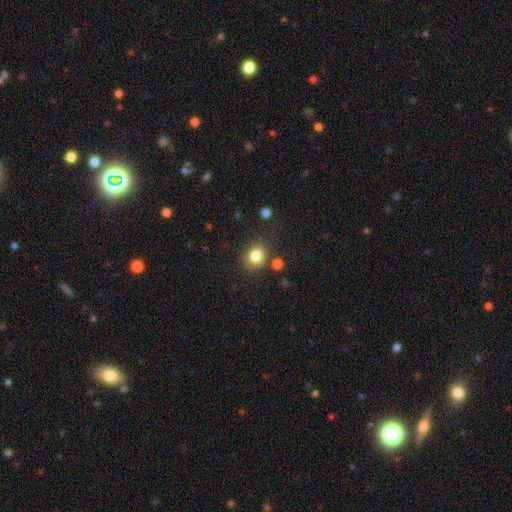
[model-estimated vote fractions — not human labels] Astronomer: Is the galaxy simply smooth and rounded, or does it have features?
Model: smooth — 82%.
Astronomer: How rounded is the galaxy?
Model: round — 78%.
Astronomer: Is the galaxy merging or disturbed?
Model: none — 79%.